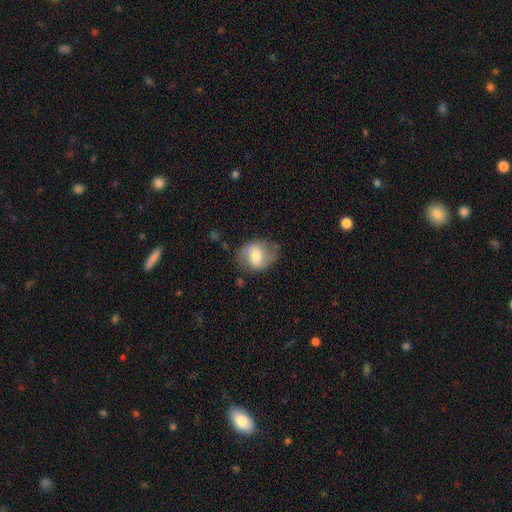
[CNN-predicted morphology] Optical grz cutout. It shows a smooth galaxy with no disk features (48%). Merging: none (66%).